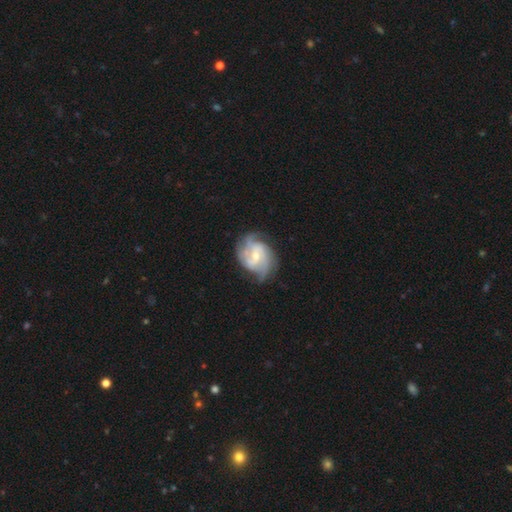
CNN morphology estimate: Smooth or featured? Predicted: featured or disk (p=0.87). Edge-on disk? Predicted: no (p=0.98). Bar? Predicted: weak (p=0.48). Spiral arms? Predicted: yes (p=0.96). Spiral winding? Predicted: tight (p=0.45). Spiral arm count? Predicted: 2 (p=0.33). Bulge size? Predicted: small (p=0.54). Merging? Predicted: none (p=0.68).